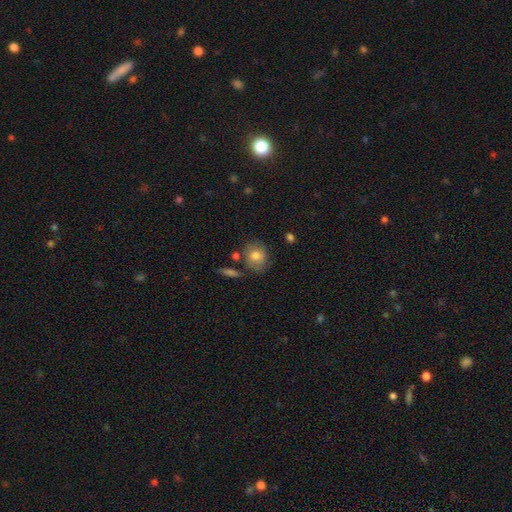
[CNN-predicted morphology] This appears to be a smooth galaxy with no disk features (77%) that is round (72%). Merging: none (72%).